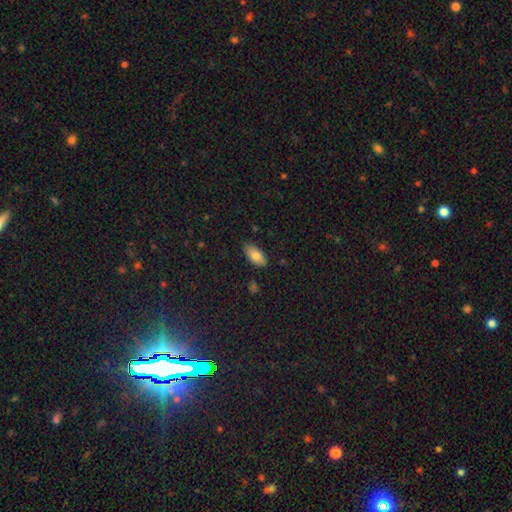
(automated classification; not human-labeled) Smooth or featured? smooth (82%)
How rounded? in between (92%)
Merging? none (85%)